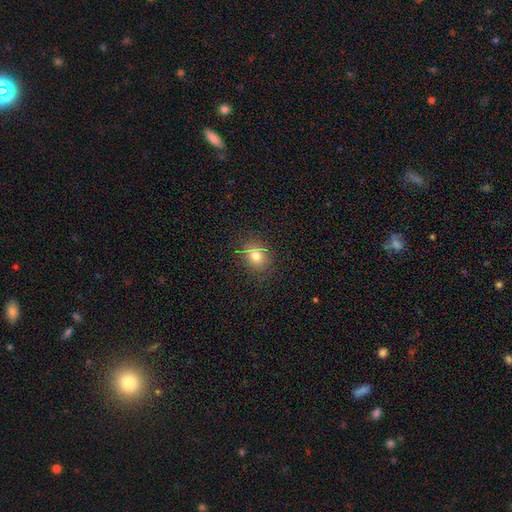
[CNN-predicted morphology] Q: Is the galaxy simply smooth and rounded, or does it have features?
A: smooth — 78%.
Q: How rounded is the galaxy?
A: round — 56%.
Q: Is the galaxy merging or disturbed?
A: none — 86%.